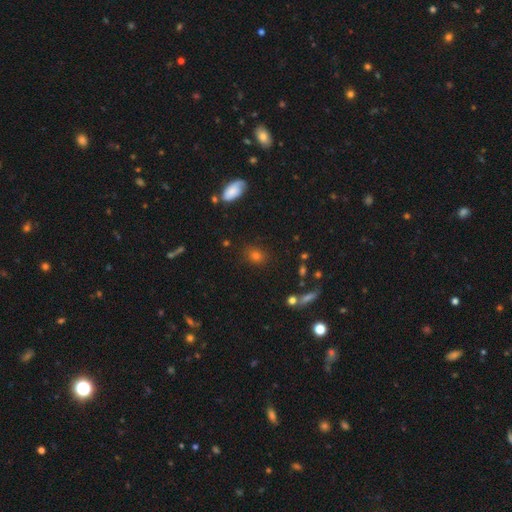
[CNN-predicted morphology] Q: Smooth or featured?
A: smooth (72%); runner-up: star or artifact (19%)
Q: How rounded?
A: round (60%); runner-up: in between (38%)
Q: Merging?
A: none (83%); runner-up: minor disturbance (11%)